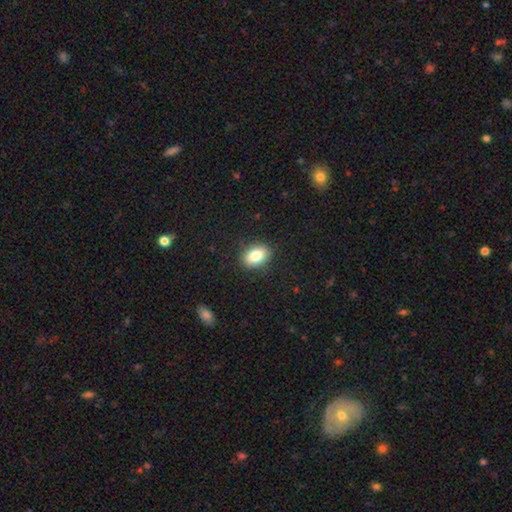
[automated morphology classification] smooth 83%, featured or disk 8%, star or artifact 8%. Down the decision tree: how rounded — in between (83%); merging — none (87%).